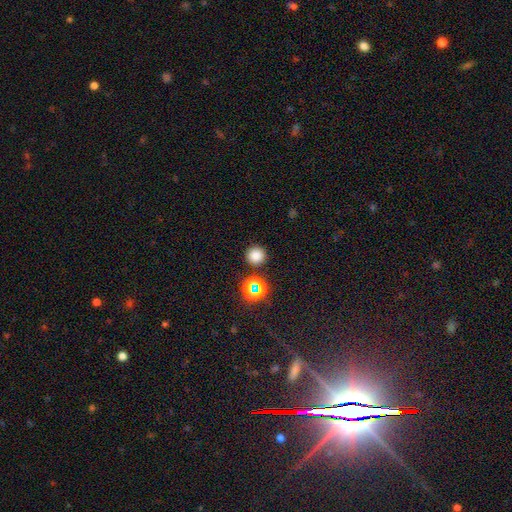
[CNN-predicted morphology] Smooth or featured? Predicted: smooth (p=0.76). How rounded? Predicted: round (p=0.94). Merging? Predicted: none (p=0.88).